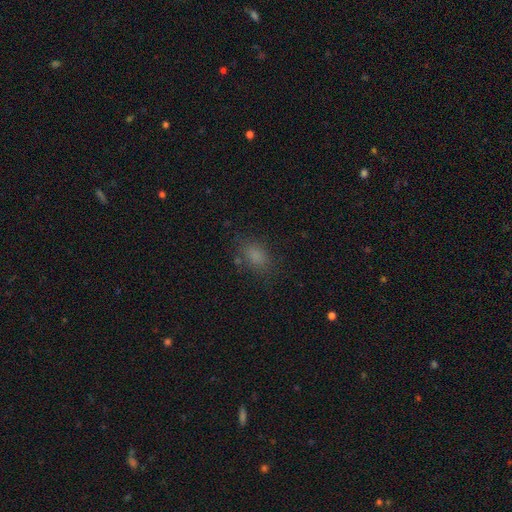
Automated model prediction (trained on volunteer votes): Morphology: type=smooth (78%); roundness=in between (81%); merging=none (76%).